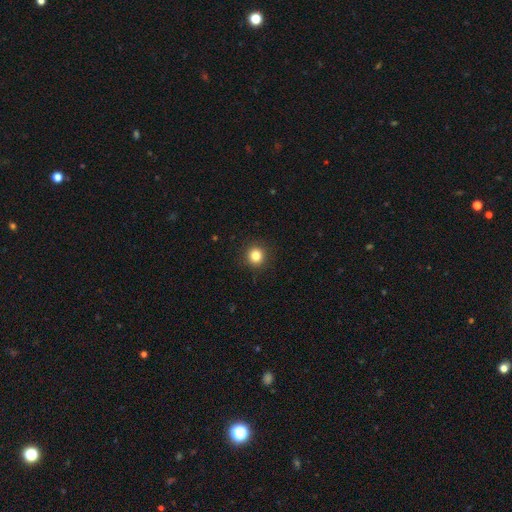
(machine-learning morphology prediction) Smooth or featured? Predicted: smooth (p=0.83). How rounded? Predicted: round (p=0.93). Merging? Predicted: none (p=0.92).